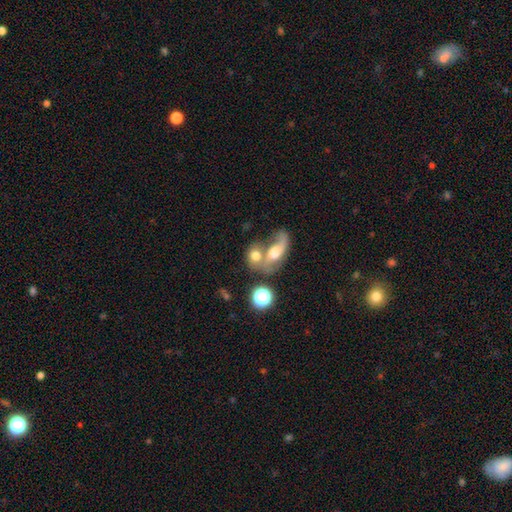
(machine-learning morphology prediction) The model was most divided on "how rounded" (2-way tie): round: 48%, in between: 48%, cigar-shaped: 3%. More confident: merging — merger (60%); smooth or featured — smooth (57%).